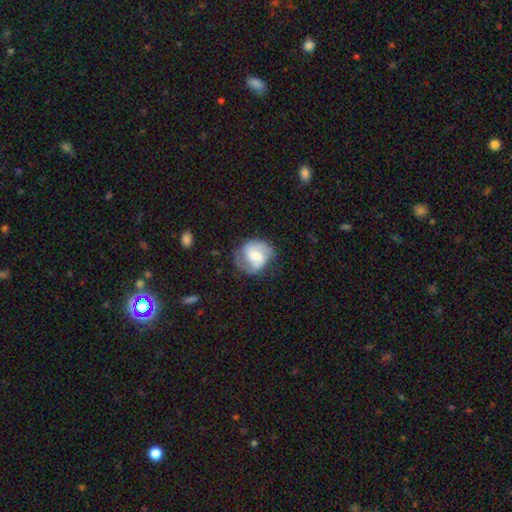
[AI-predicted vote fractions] A featured or disk galaxy (62%) with a weak bar (49%), 2 (78%) medium (48%) spiral arms (88%) and a moderate central bulge (47%). Merging: none (60%).